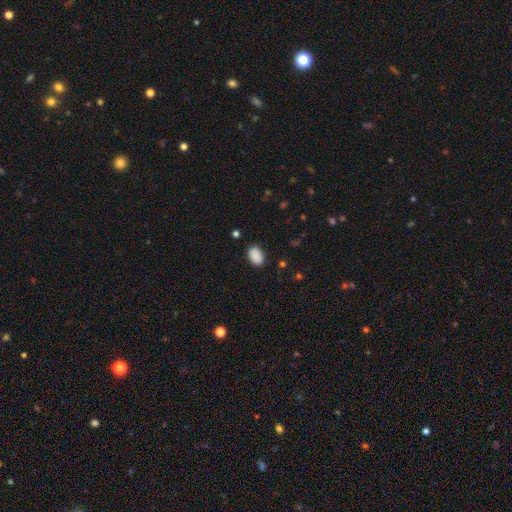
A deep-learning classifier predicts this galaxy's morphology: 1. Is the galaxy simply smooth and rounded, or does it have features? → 90% smooth, 7% star or artifact, 3% featured or disk.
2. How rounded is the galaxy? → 88% in between, 11% round, 1% cigar-shaped.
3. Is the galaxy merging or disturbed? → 87% none, 10% minor disturbance, 2% major disturbance, 1% merger.